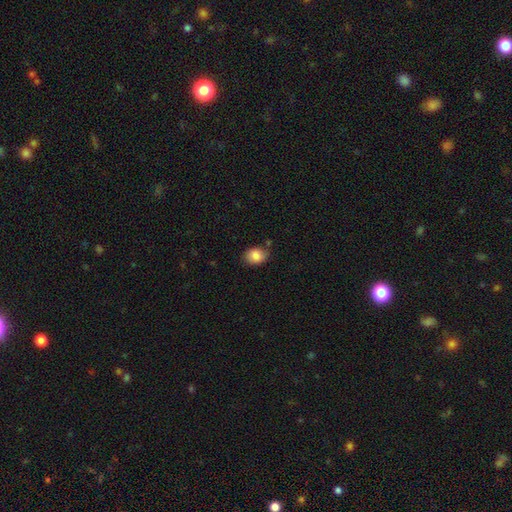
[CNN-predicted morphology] smooth_or_featured: smooth (p=0.85) [alt: star or artifact p=0.08]
how_rounded: in between (p=0.55) [alt: round p=0.44]
merging: none (p=0.73) [alt: minor disturbance p=0.19]